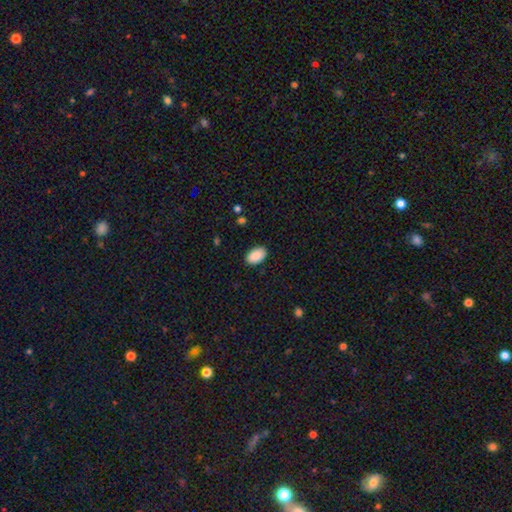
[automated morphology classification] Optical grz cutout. It shows a smooth galaxy with no disk features (89%) that is in between round and cigar-shaped (93%). Merging: none (88%).